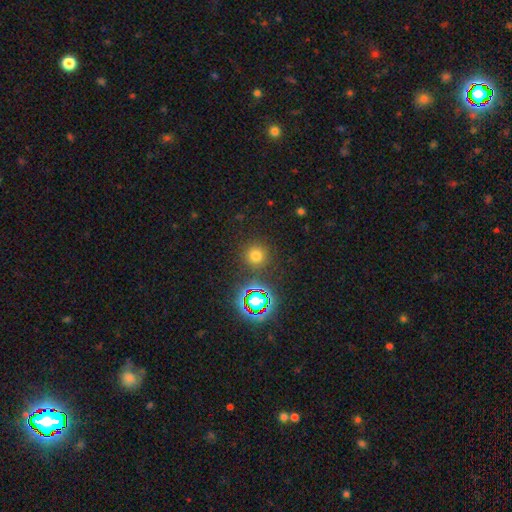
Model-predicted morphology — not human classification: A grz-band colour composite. It shows a smooth galaxy with no disk features (67%) that is round (94%). Merging: none (86%).